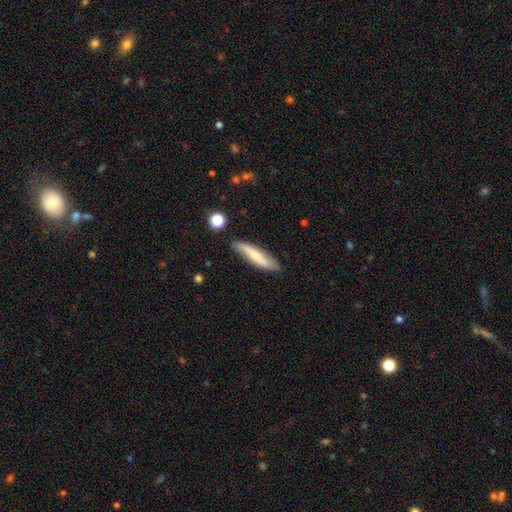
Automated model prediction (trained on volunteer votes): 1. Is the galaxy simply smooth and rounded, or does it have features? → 55% smooth, 39% featured or disk, 6% star or artifact.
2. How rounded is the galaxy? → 79% cigar-shaped, 19% in between, 2% round.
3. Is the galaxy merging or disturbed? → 82% none, 13% minor disturbance, 3% major disturbance, 2% merger.